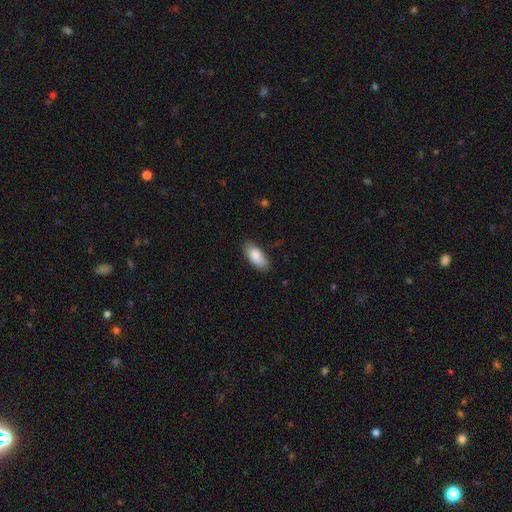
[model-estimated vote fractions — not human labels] Smooth or featured? smooth (86%)
How rounded? in between (88%)
Merging? none (83%)